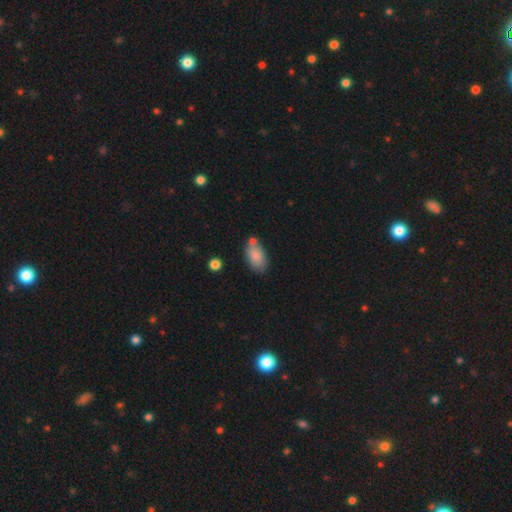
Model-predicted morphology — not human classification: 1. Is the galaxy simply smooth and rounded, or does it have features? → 83% smooth, 10% featured or disk, 7% star or artifact.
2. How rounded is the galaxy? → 93% in between, 4% round, 3% cigar-shaped.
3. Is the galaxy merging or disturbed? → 63% none, 18% minor disturbance, 15% merger, 4% major disturbance.